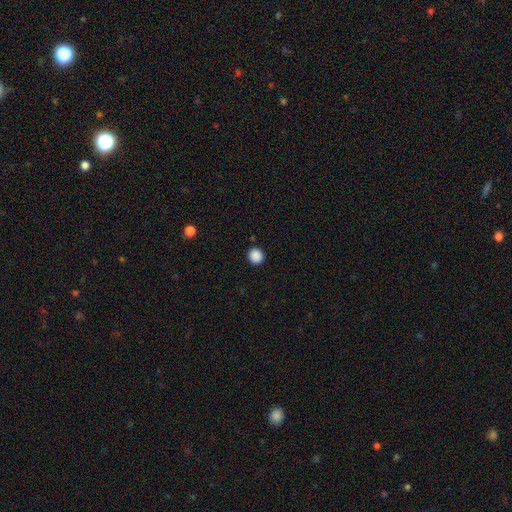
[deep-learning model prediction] This appears to be a smooth galaxy with no disk features (88%) that is round (90%). Merging: none (91%).